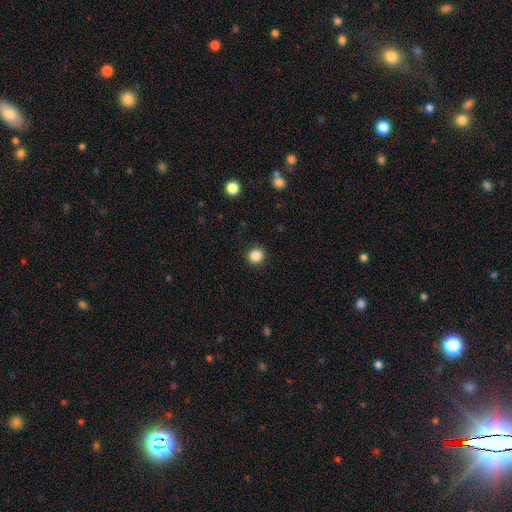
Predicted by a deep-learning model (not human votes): smooth-or-featured: smooth: 87% | star or artifact: 10% | featured or disk: 3%
  how-rounded: round: 89% | in between: 10% | cigar-shaped: 1%
  merging: none: 91% | minor disturbance: 6% | major disturbance: 2% | merger: 1%